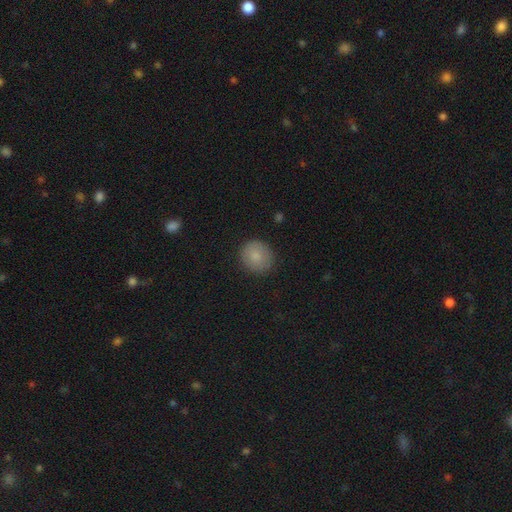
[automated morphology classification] type=smooth (84%); roundness=round (85%); merging=none (86%).